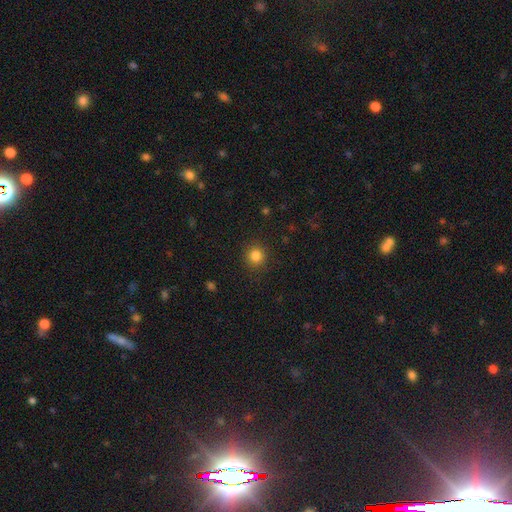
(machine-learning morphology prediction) Smooth or featured: smooth — 83% (star or artifact — 12%)
How rounded: round — 92% (in between — 7%)
Merging: none — 90% (minor disturbance — 6%)